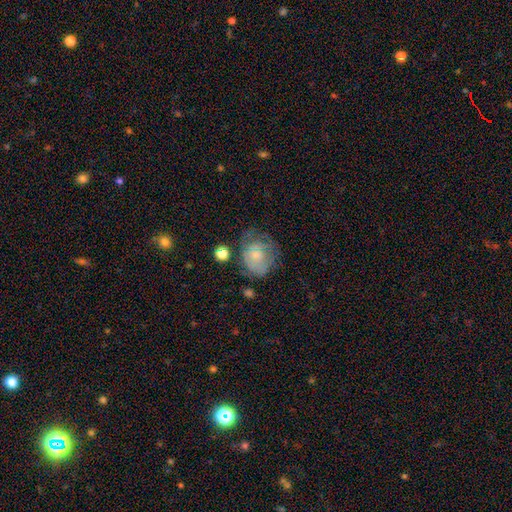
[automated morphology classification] Smooth or featured: smooth — 51% (featured or disk — 38%)
How rounded: round — 59% (in between — 40%)
Merging: none — 42% (minor disturbance — 28%)